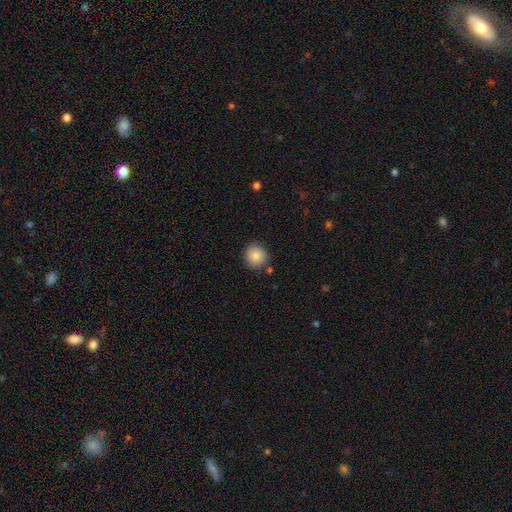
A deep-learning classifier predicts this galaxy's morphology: The model was most divided on "merging": none: 86%, minor disturbance: 9%, merger: 3%, major disturbance: 2%. More confident: how rounded — round (92%); smooth or featured — smooth (86%).